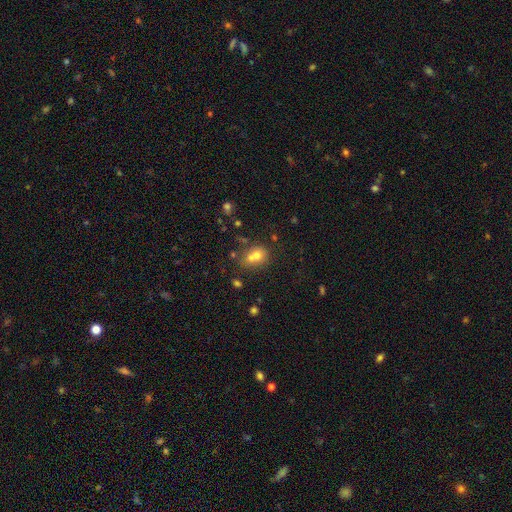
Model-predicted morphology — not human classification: A smooth galaxy with no disk features (69%) that is round (56%).

Vote fractions:
- Smooth or featured? smooth: 69% / featured or disk: 17% / star or artifact: 14%
- How rounded? round: 56% / in between: 43% / cigar-shaped: 1%
- Merging? merger: 49% / none: 35% / minor disturbance: 11% / major disturbance: 5%